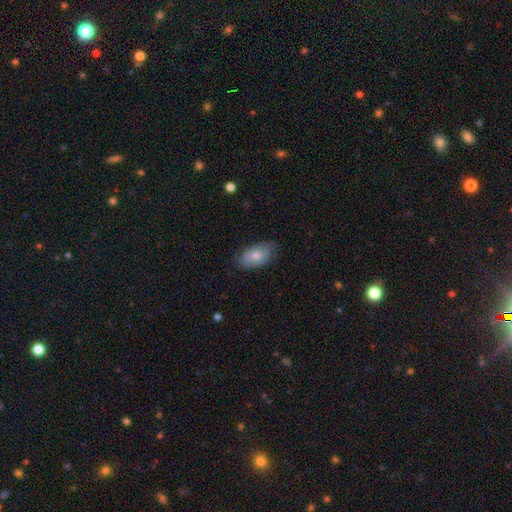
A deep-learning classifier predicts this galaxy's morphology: A smooth galaxy with no disk features (75%) that is in between round and cigar-shaped (93%).

Vote fractions:
- Smooth or featured? smooth: 75% / featured or disk: 19% / star or artifact: 6%
- How rounded? in between: 93% / round: 4% / cigar-shaped: 2%
- Merging? none: 77% / minor disturbance: 18% / major disturbance: 3% / merger: 1%